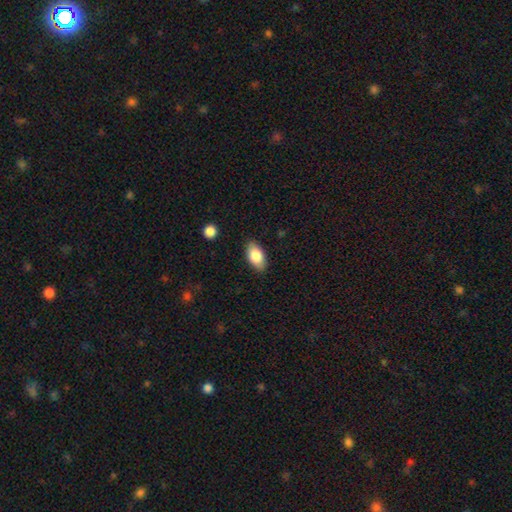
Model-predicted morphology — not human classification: Q: Smooth or featured?
A: smooth (84%); runner-up: featured or disk (9%)
Q: How rounded?
A: in between (92%); runner-up: round (4%)
Q: Merging?
A: none (86%); runner-up: minor disturbance (11%)